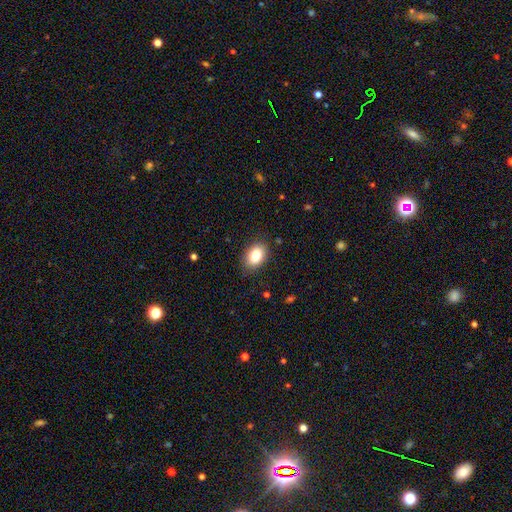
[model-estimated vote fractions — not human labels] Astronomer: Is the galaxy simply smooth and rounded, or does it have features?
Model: smooth — 82%.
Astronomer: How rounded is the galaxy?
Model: in between — 85%.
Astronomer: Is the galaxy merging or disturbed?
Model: none — 86%.